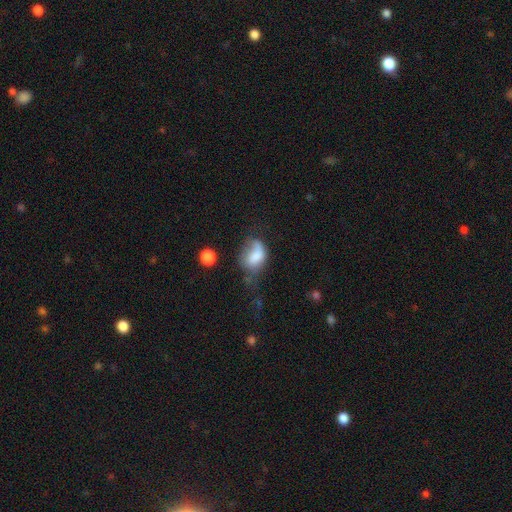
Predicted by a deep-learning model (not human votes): The model was most divided on "merging": major disturbance: 36%, minor disturbance: 30%, none: 26%, merger: 8%. More confident: how rounded — in between (80%); smooth or featured — smooth (70%).